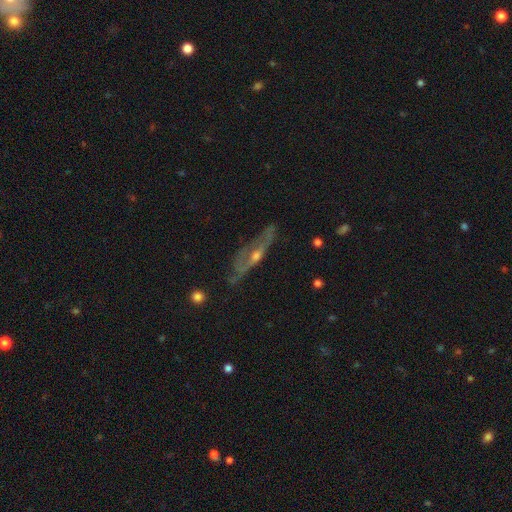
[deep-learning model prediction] smooth_or_featured: featured or disk (p=0.73) [alt: smooth p=0.20]
disk_edge_on: yes (p=0.55) [alt: no p=0.45]
merging: none (p=0.61) [alt: minor disturbance p=0.25]